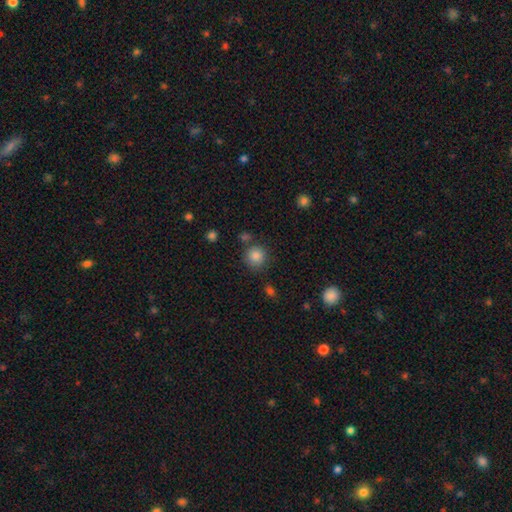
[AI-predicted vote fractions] Smooth or featured? Predicted: smooth (p=0.85). How rounded? Predicted: round (p=0.90). Merging? Predicted: none (p=0.78).